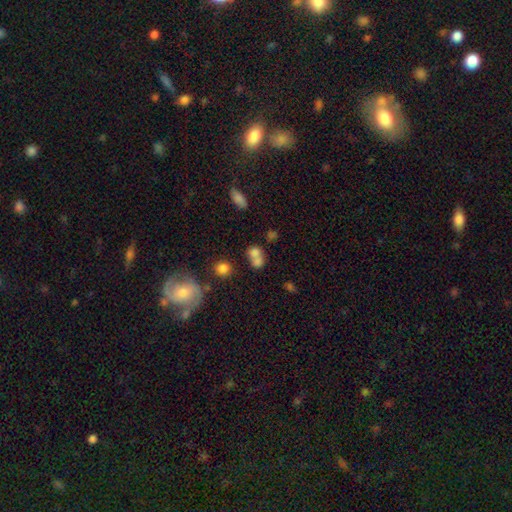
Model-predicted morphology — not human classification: A smooth galaxy with no disk features (72%) that is round (58%). Merging: merger (59%).